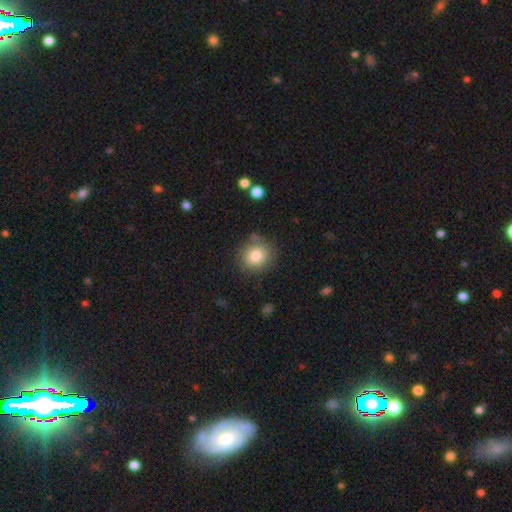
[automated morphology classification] Overall: smooth (83%). How rounded: round (82%). Merging: none (81%).